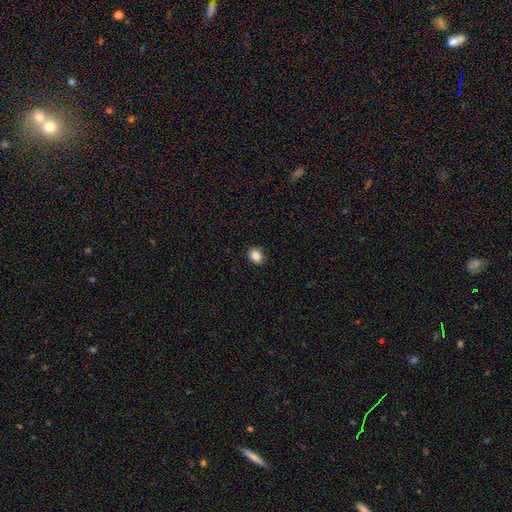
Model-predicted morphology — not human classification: Overall: smooth (86%). How rounded: in between (66%; round 33%). Merging: none (89%).